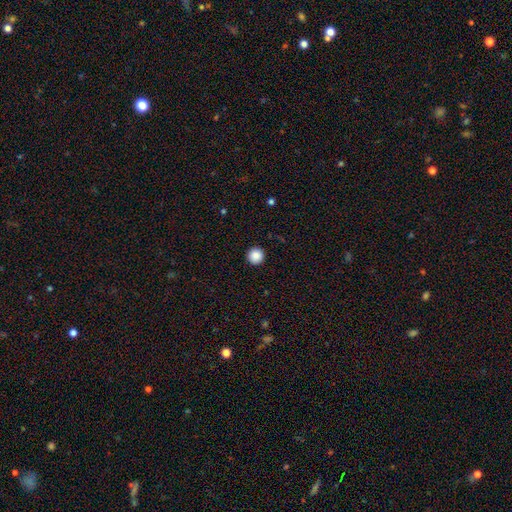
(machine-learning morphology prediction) Smooth or featured? smooth (88%)
How rounded? round (96%)
Merging? none (93%)